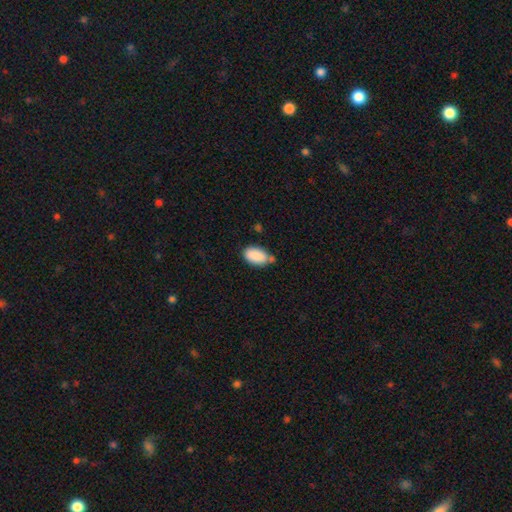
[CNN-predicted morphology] A smooth galaxy with no disk features (89%) that is in between round and cigar-shaped (93%).

Vote fractions:
- Smooth or featured? smooth: 89% / star or artifact: 7% / featured or disk: 4%
- How rounded? in between: 93% / round: 5% / cigar-shaped: 2%
- Merging? none: 59% / minor disturbance: 23% / merger: 12% / major disturbance: 5%